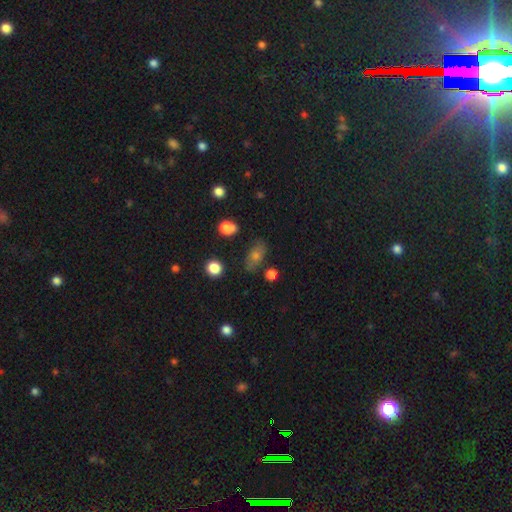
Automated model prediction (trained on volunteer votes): smooth 66%, featured or disk 20%, star or artifact 14%. Down the decision tree: how rounded — in between (82%); merging — none (74%).